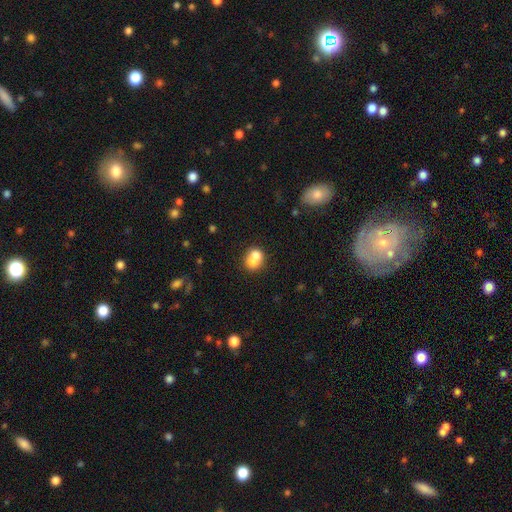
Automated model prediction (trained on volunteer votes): Smooth or featured: smooth — 72% (featured or disk — 18%)
How rounded: round — 55% (in between — 43%)
Merging: merger — 55% (none — 30%)